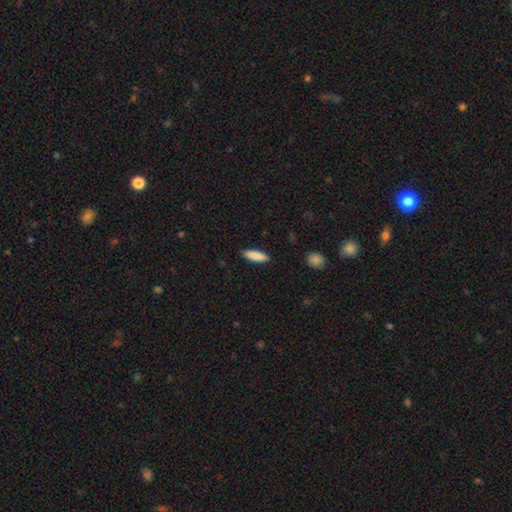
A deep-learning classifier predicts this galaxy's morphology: Smooth or featured? Predicted: smooth (p=0.88). How rounded? Predicted: in between (p=0.49, tied with cigar-shaped). Merging? Predicted: none (p=0.89).